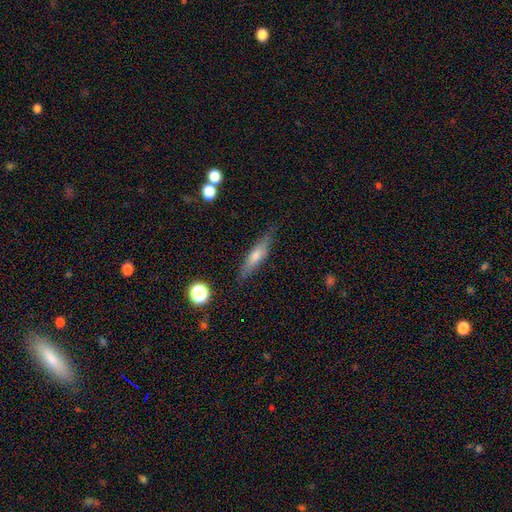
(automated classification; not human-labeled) Smooth or featured: smooth — 50% (featured or disk — 42%)
How rounded: cigar-shaped — 76% (in between — 21%)
Merging: none — 81% (minor disturbance — 14%)